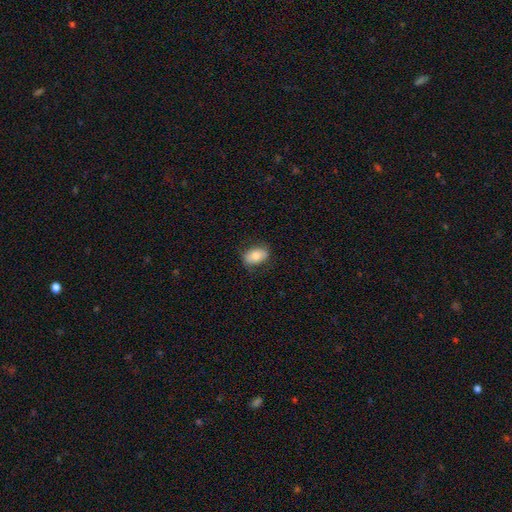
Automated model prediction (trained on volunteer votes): Smooth or featured? smooth (79%)
How rounded? in between (85%)
Merging? none (78%)